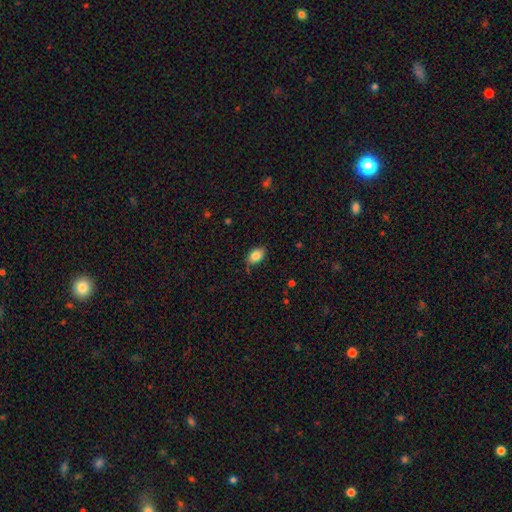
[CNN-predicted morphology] Smooth or featured? smooth (84%)
How rounded? in between (90%)
Merging? none (83%)